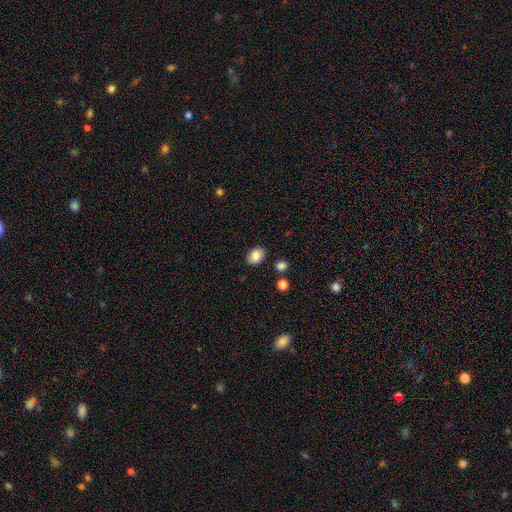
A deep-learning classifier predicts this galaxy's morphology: Smooth or featured: smooth — 86% (star or artifact — 9%)
How rounded: in between — 68% (round — 31%)
Merging: none — 84% (minor disturbance — 10%)